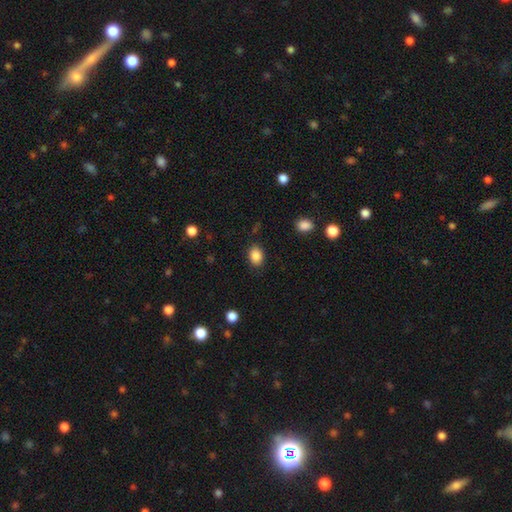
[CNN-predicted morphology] smooth-or-featured: smooth: 87% | star or artifact: 9% | featured or disk: 5%
  how-rounded: in between: 73% | round: 26% | cigar-shaped: 1%
  merging: none: 86% | minor disturbance: 10% | major disturbance: 3% | merger: 1%